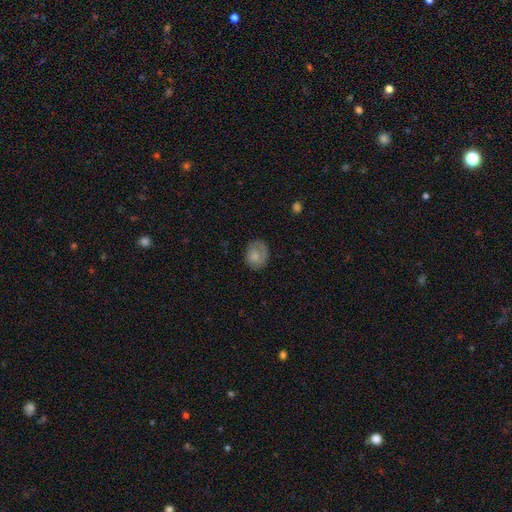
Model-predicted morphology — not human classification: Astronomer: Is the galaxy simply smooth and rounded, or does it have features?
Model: smooth — 58% (runner-up: featured or disk, 35%).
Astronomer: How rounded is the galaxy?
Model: round — 62%.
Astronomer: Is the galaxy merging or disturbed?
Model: none — 68%.